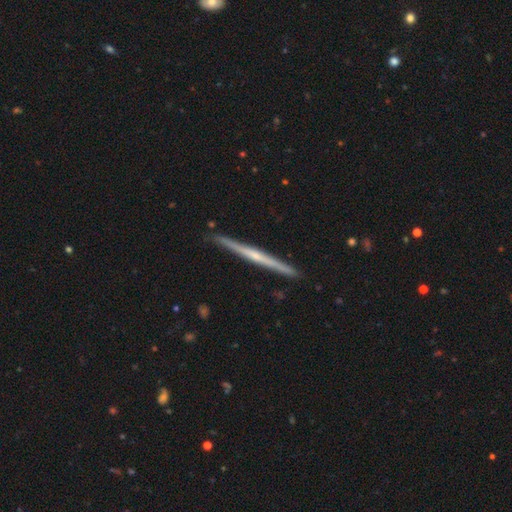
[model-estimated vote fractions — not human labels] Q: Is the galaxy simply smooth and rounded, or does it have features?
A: featured or disk — 72%.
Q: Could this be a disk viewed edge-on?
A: yes — 98%.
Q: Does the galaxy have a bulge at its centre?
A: none — 48%.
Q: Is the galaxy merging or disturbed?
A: none — 91%.